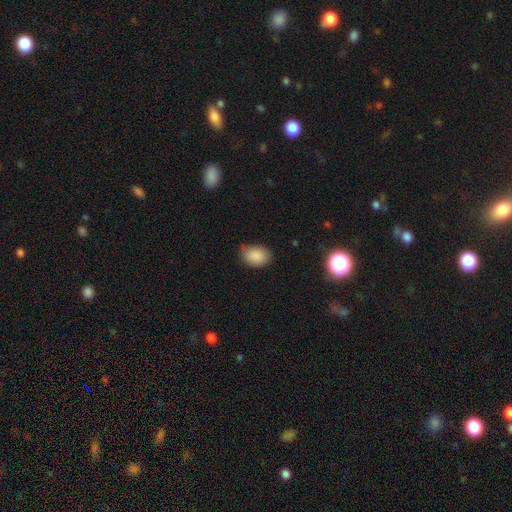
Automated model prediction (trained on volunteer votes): Q: Smooth or featured?
A: smooth (88%); runner-up: star or artifact (8%)
Q: How rounded?
A: in between (71%); runner-up: round (28%)
Q: Merging?
A: none (72%); runner-up: minor disturbance (23%)